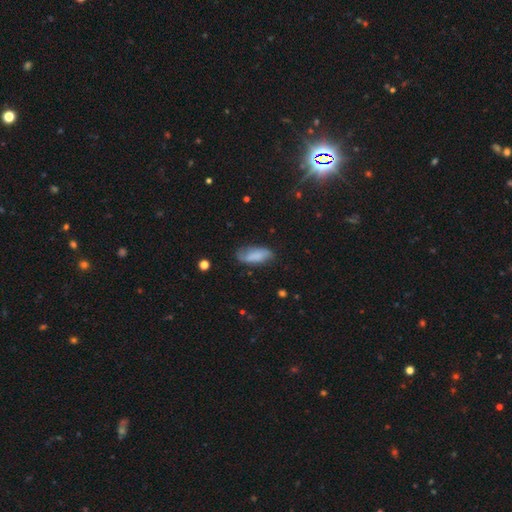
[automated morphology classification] Smooth or featured?
  - smooth: 71% *
  - featured or disk: 21%
  - star or artifact: 8%
How rounded?
  - in between: 80% *
  - cigar-shaped: 17%
  - round: 3%
Merging?
  - none: 63% *
  - minor disturbance: 27%
  - major disturbance: 8%
  - merger: 2%